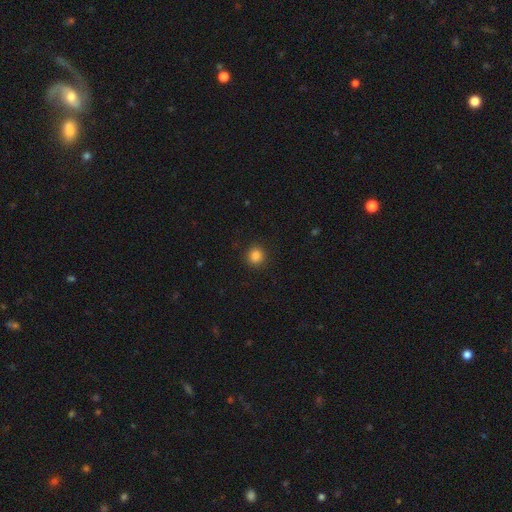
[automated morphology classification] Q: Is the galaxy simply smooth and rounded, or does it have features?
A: smooth — 85%.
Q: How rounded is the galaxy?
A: round — 92%.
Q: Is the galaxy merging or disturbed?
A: none — 91%.